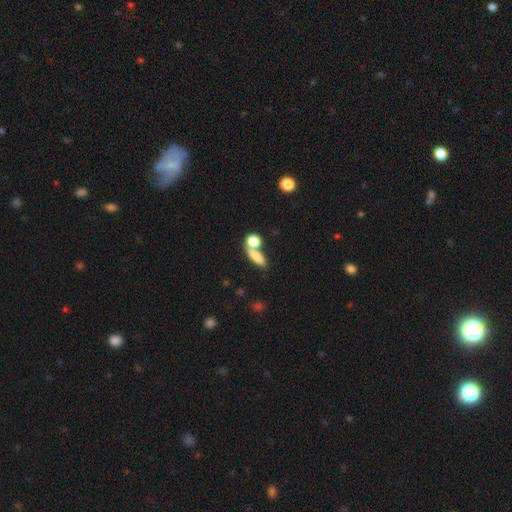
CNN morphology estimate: smooth_or_featured: smooth (p=0.79) [alt: featured or disk p=0.12]
how_rounded: in between (p=0.50) [alt: cigar-shaped p=0.32]
merging: none (p=0.46) [alt: merger p=0.37]